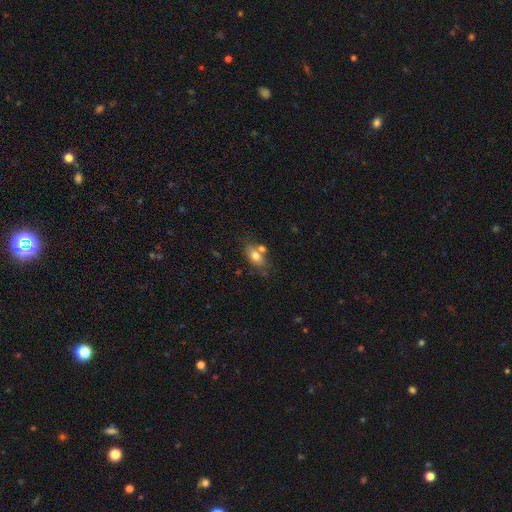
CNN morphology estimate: smooth 74%, featured or disk 18%, star or artifact 9%. Down the decision tree: how rounded — in between (84%); merging — none (53%).